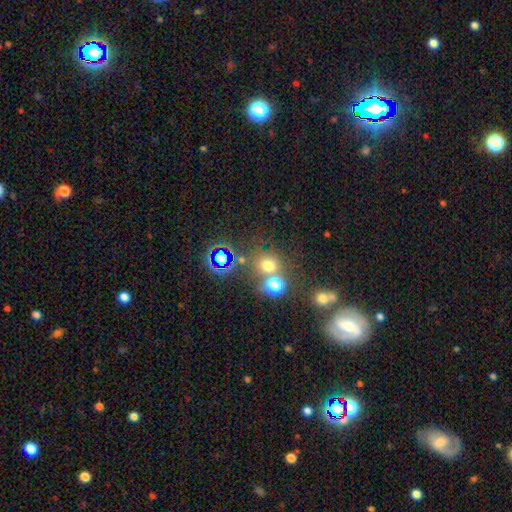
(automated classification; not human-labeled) A star or artifact, not a galaxy (56%).

Vote fractions:
- Smooth or featured? star or artifact: 56% / smooth: 33% / featured or disk: 11%